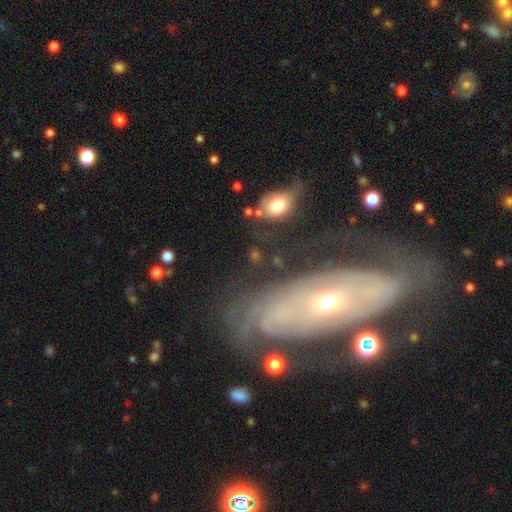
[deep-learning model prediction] Smooth or featured? smooth (46%)
Merging? none (55%)